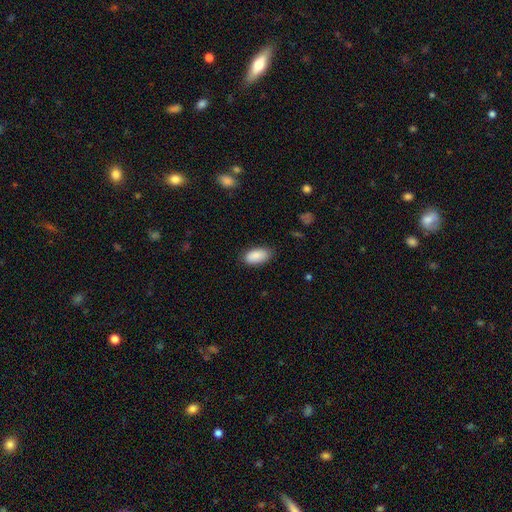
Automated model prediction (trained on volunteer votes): Smooth or featured? smooth (89%)
How rounded? in between (93%)
Merging? none (82%)